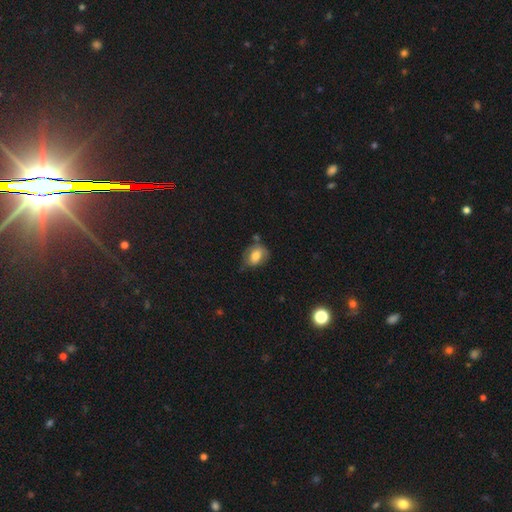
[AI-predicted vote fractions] Q: Smooth or featured?
A: smooth (69%); runner-up: featured or disk (23%)
Q: How rounded?
A: in between (72%); runner-up: round (27%)
Q: Merging?
A: none (48%); runner-up: minor disturbance (34%)